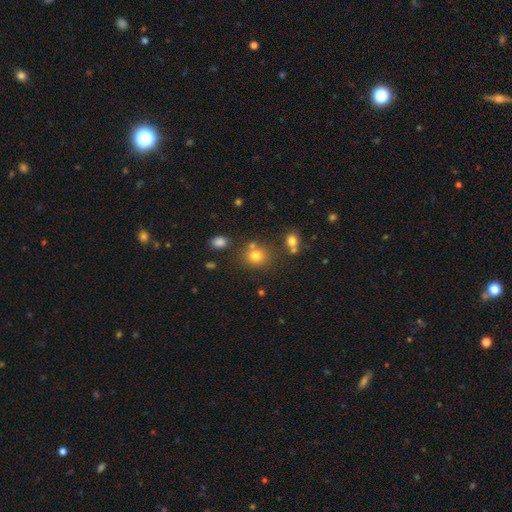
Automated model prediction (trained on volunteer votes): This appears to be a smooth galaxy with no disk features (76%) that is round (78%). Merging: none (70%).